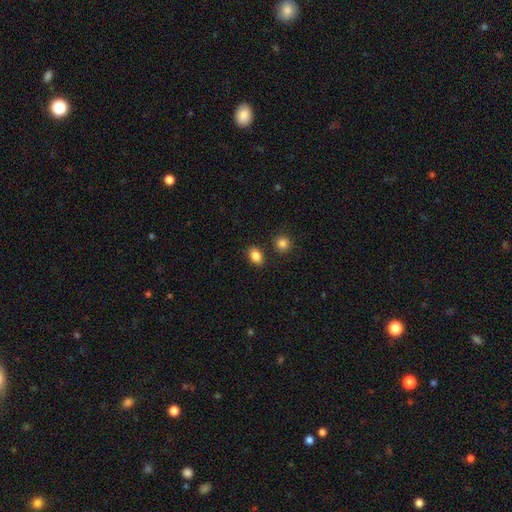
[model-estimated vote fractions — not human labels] smooth 86%, star or artifact 9%, featured or disk 5%. Down the decision tree: how rounded — in between (73%); merging — none (83%).